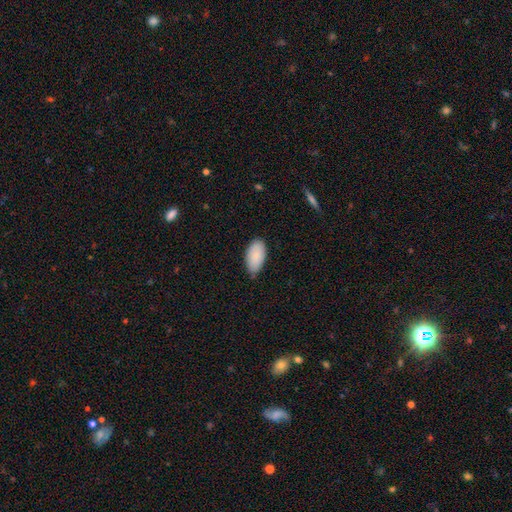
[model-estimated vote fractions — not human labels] Smooth or featured? smooth (88%)
How rounded? in between (96%)
Merging? none (74%)